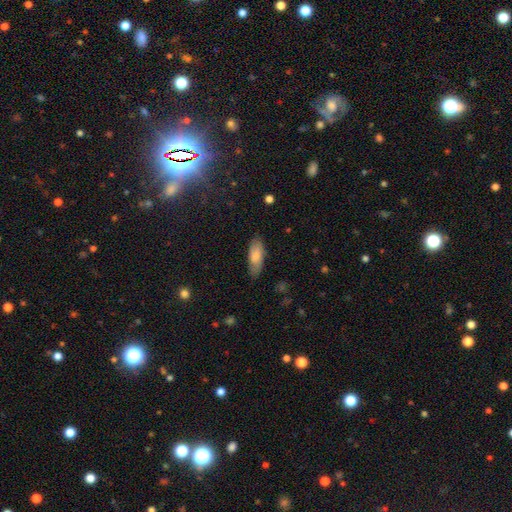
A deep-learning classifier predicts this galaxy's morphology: A smooth galaxy with no disk features (78%) that is in between round and cigar-shaped (74%).

Vote fractions:
- Smooth or featured? smooth: 78% / featured or disk: 16% / star or artifact: 6%
- How rounded? in between: 74% / cigar-shaped: 25% / round: 2%
- Merging? none: 79% / minor disturbance: 17% / major disturbance: 3% / merger: 1%